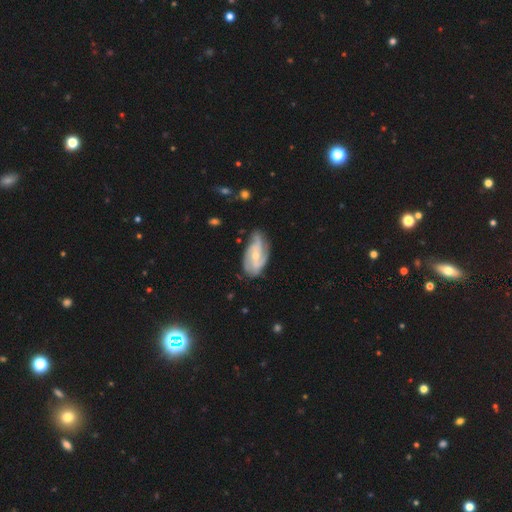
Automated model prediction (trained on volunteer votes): Morphology: type=featured or disk (81%); edge-on=no (96%); bar=no (59%); spiral arms=yes (95%); winding=medium (43%); arm count=3 (38%); bulge=small (55%); merging=none (63%).